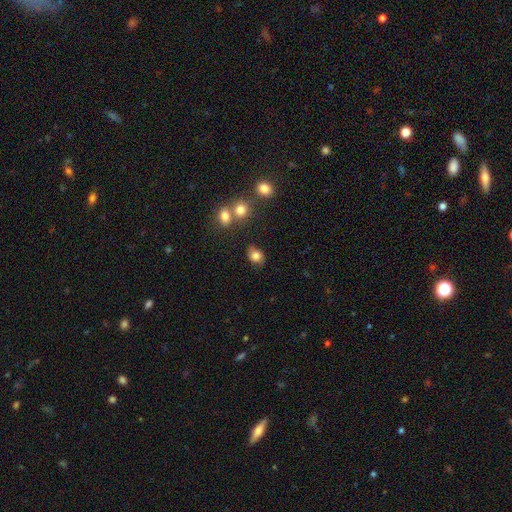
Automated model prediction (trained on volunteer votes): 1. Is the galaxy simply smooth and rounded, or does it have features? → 80% smooth, 11% star or artifact, 9% featured or disk.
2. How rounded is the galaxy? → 57% in between, 42% round, 1% cigar-shaped.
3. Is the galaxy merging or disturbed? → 72% none, 18% minor disturbance, 6% merger, 5% major disturbance.